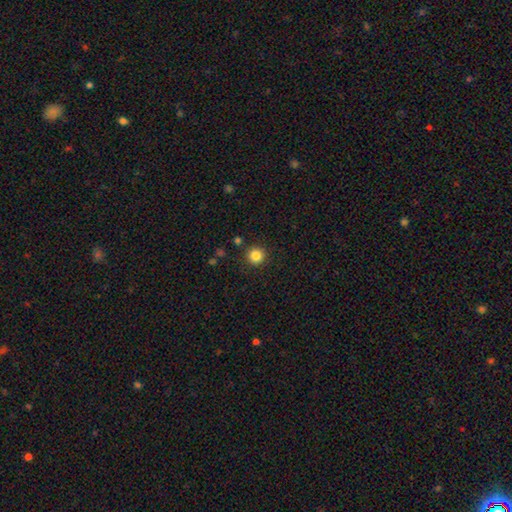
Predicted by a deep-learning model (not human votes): Morphology: type=smooth (85%); roundness=round (95%); merging=none (91%).